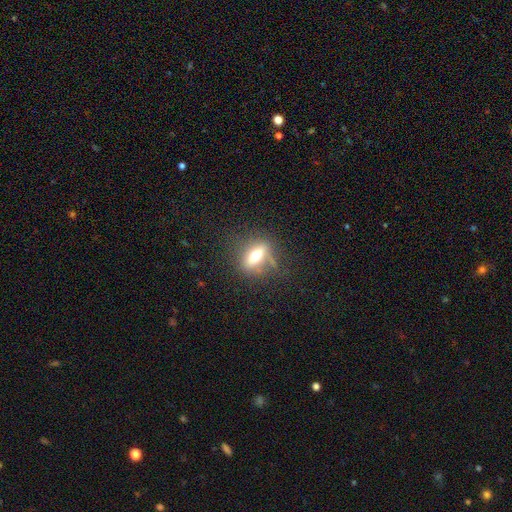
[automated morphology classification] Smooth or featured?
  - smooth: 49% *
  - featured or disk: 41%
  - star or artifact: 11%
Merging?
  - none: 73% *
  - minor disturbance: 16%
  - major disturbance: 8%
  - merger: 3%